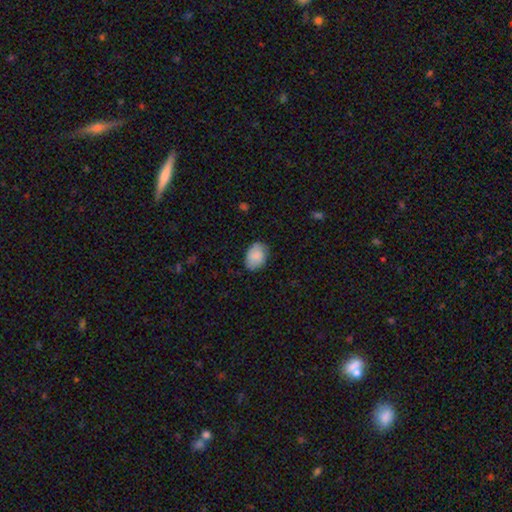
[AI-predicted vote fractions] Smooth or featured? Predicted: smooth (p=0.86). How rounded? Predicted: in between (p=0.75). Merging? Predicted: none (p=0.77).